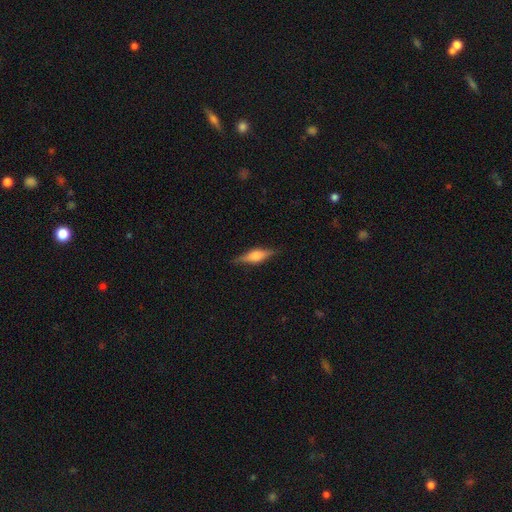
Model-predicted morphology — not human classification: featured or disk 61%, smooth 32%, star or artifact 7%. Down the decision tree: edge-on disk — yes (96%); edge-on bulge — rounded (81%); merging — none (86%).